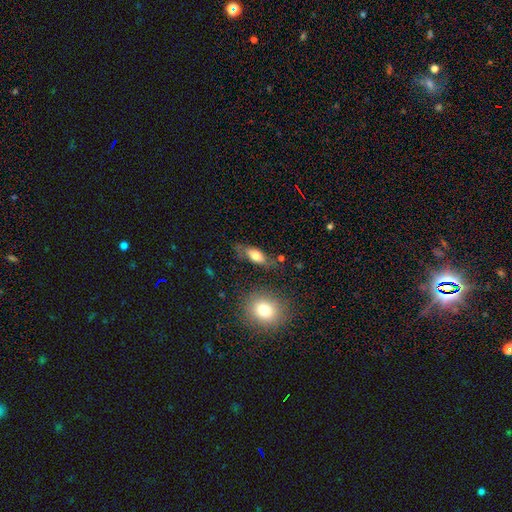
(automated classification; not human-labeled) A smooth galaxy with no disk features (64%) that is in between round and cigar-shaped (71%).

Vote fractions:
- Smooth or featured? smooth: 64% / featured or disk: 28% / star or artifact: 8%
- How rounded? in between: 71% / cigar-shaped: 23% / round: 6%
- Merging? none: 66% / minor disturbance: 22% / major disturbance: 8% / merger: 4%